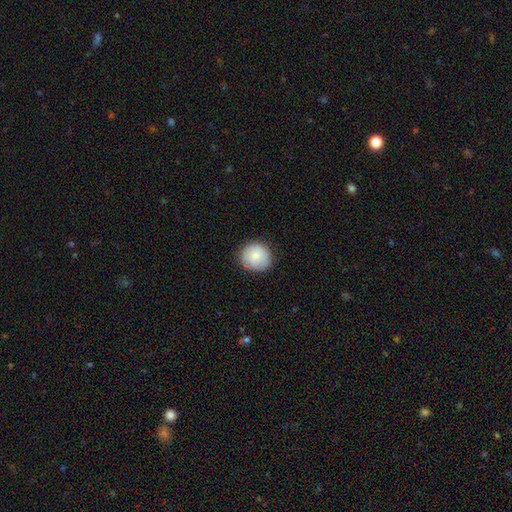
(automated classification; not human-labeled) A smooth galaxy with no disk features (85%) that is round (90%). Merging: none (83%).